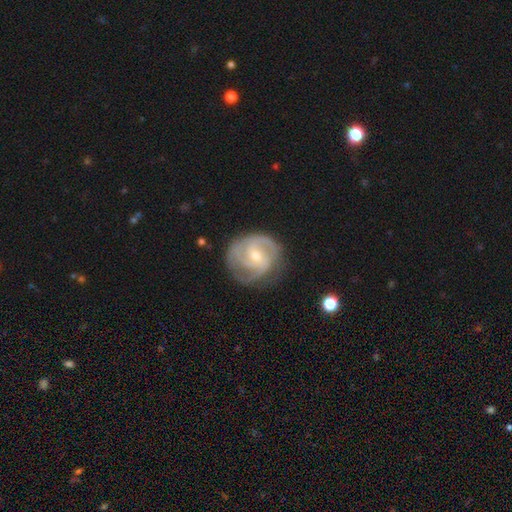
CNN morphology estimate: This appears to be a featured or disk galaxy (87%) with no bar (44%, tied with weak), 3 (42%) tight (50%) spiral arms (97%) and a small central bulge (61%). Merging: none (75%).